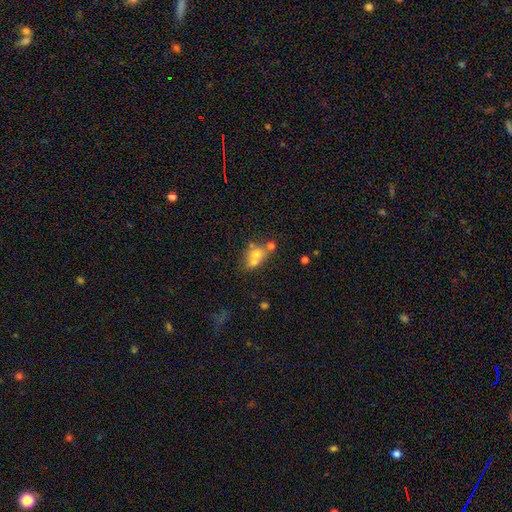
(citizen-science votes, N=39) smooth-or-featured: smooth: 64% | featured or disk: 26% | star or artifact: 10%
  how-rounded: round: 64% | in between: 36% | cigar-shaped: 0%
  merging: merger: 57% | none: 34% | major disturbance: 6% | minor disturbance: 3%